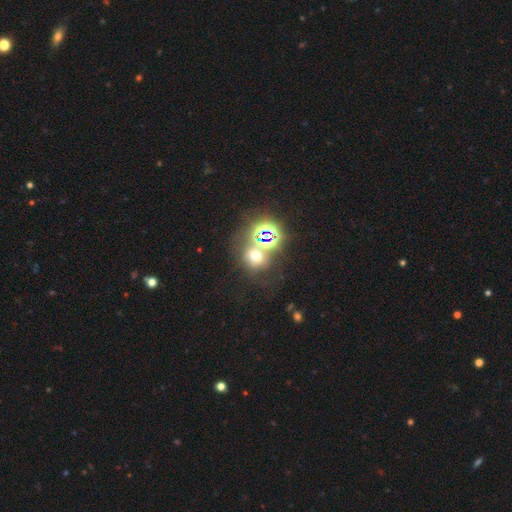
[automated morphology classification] smooth 45%, star or artifact 42%, featured or disk 13%. Down the decision tree: merging — none (50%).